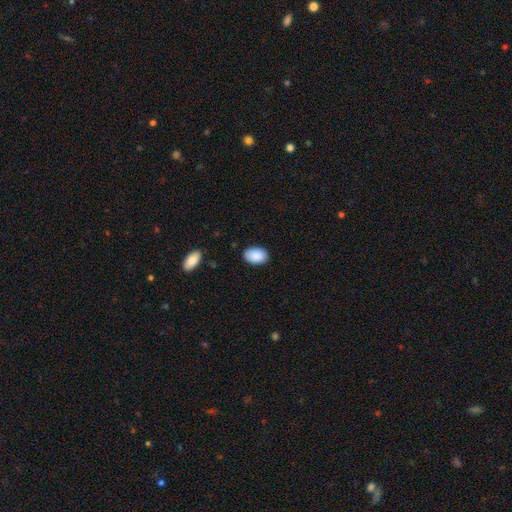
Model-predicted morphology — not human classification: type=smooth (90%); roundness=in between (90%); merging=none (86%).